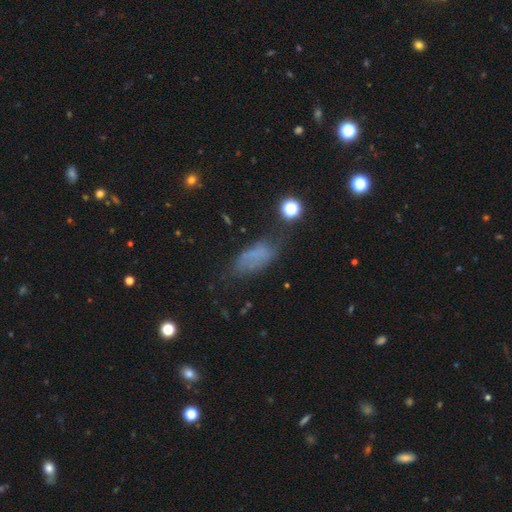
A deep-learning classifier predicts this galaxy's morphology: Q: Smooth or featured?
A: smooth (58%); runner-up: featured or disk (25%)
Q: How rounded?
A: in between (81%); runner-up: cigar-shaped (13%)
Q: Merging?
A: none (47%); runner-up: minor disturbance (28%)